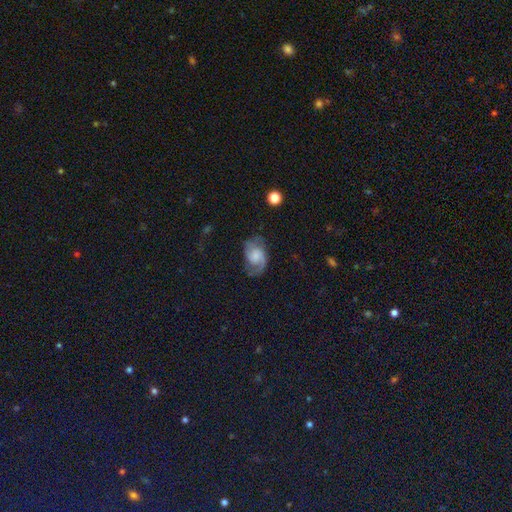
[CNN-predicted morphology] smooth_or_featured: featured or disk (p=0.74) [alt: smooth p=0.19]
disk_edge_on: no (p=0.97) [alt: yes p=0.03]
bar: no (p=0.58) [alt: weak p=0.36]
has_spiral_arms: yes (p=0.95) [alt: no p=0.05]
spiral_winding: medium (p=0.49) [alt: loose p=0.31]
spiral_arm_count: 2 (p=0.82) [alt: 1 p=0.09]
bulge_size: small (p=0.30) [alt: moderate p=0.27]
merging: none (p=0.66) [alt: minor disturbance p=0.20]